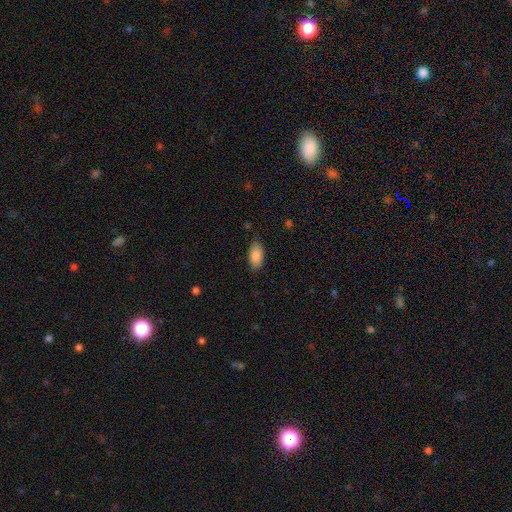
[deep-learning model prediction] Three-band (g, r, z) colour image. It shows a smooth galaxy with no disk features (88%) that is in between round and cigar-shaped (93%). Merging: none (83%).